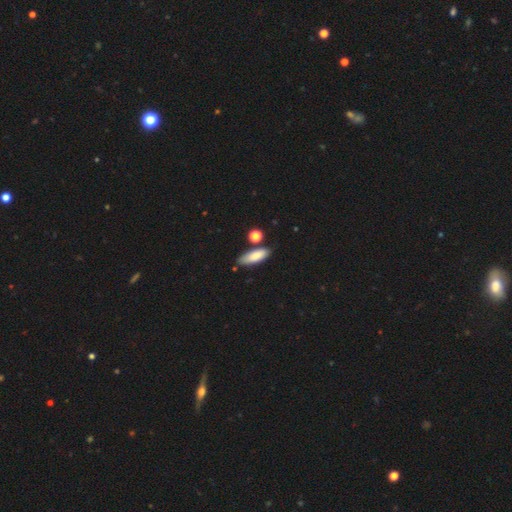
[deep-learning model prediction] smooth 82%, featured or disk 11%, star or artifact 7%. Down the decision tree: how rounded — in between (62%); merging — none (74%).